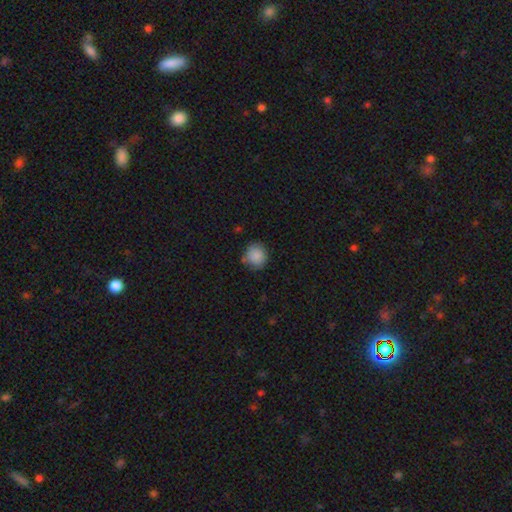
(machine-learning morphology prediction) A smooth galaxy with no disk features (87%) that is round (88%).

Vote fractions:
- Smooth or featured? smooth: 87% / star or artifact: 8% / featured or disk: 5%
- How rounded? round: 88% / in between: 11% / cigar-shaped: 1%
- Merging? none: 76% / minor disturbance: 17% / major disturbance: 4% / merger: 3%